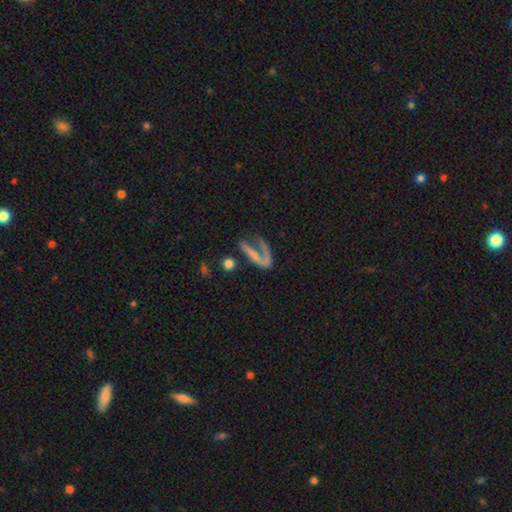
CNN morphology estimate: Smooth or featured?
  - featured or disk: 57% *
  - smooth: 31%
  - star or artifact: 12%
Edge-on disk?
  - no: 85% *
  - yes: 15%
Merging?
  - major disturbance: 38% *
  - none: 32%
  - merger: 16%
  - minor disturbance: 14%